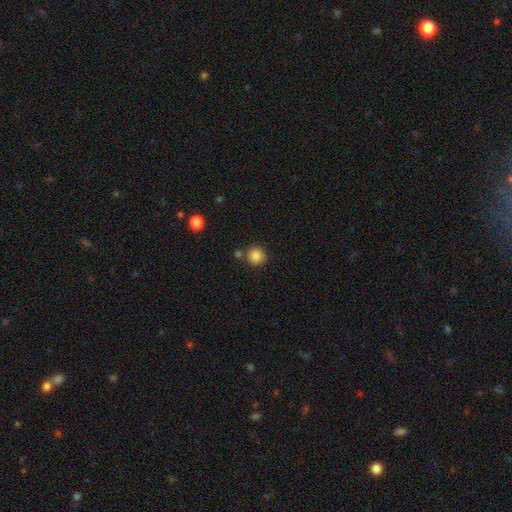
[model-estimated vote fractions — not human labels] Smooth or featured: smooth — 86% (star or artifact — 10%)
How rounded: round — 94% (in between — 5%)
Merging: none — 82% (merger — 8%)